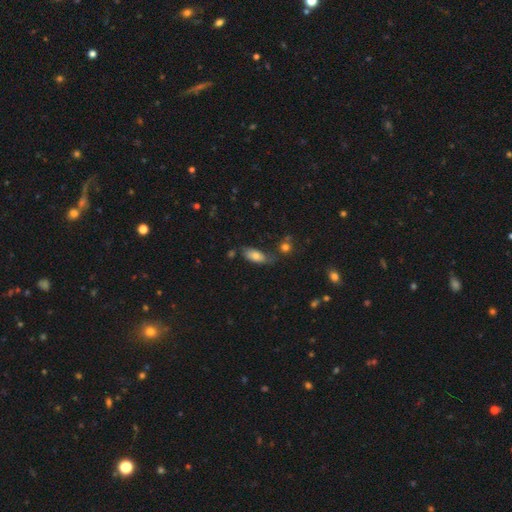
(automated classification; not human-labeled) smooth 75%, featured or disk 17%, star or artifact 8%. Down the decision tree: how rounded — in between (84%); merging — none (58%).